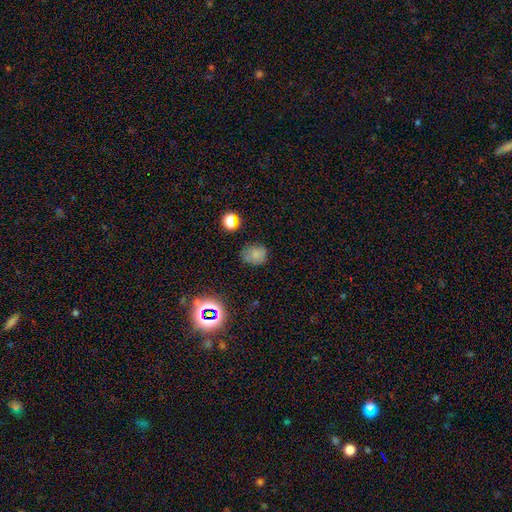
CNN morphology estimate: smooth-or-featured: smooth: 72% | star or artifact: 19% | featured or disk: 10%
  how-rounded: round: 59% | in between: 40% | cigar-shaped: 1%
  merging: none: 70% | minor disturbance: 21% | major disturbance: 6% | merger: 4%